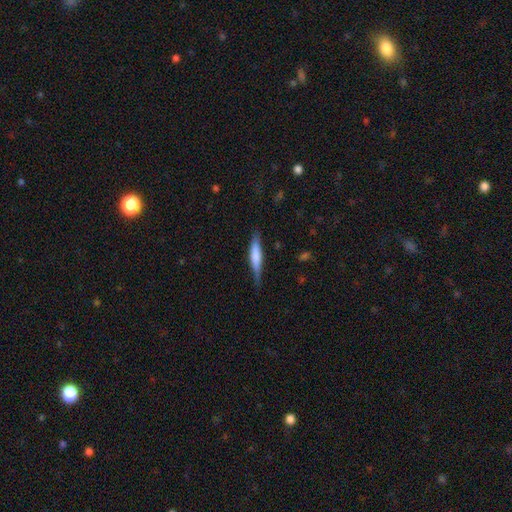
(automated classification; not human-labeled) Smooth or featured? smooth (59%)
How rounded? cigar-shaped (85%)
Merging? none (75%)